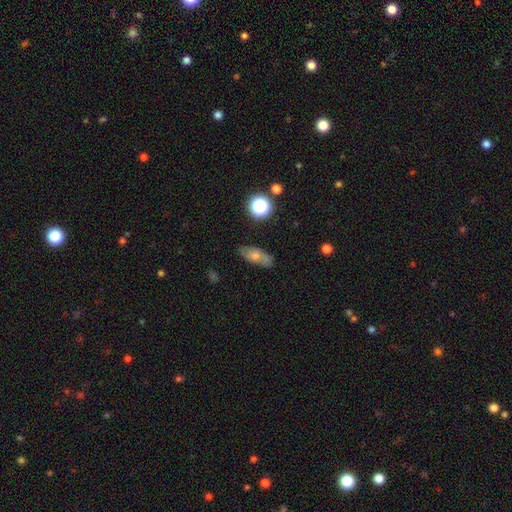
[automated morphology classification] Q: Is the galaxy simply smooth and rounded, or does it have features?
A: smooth — 57%.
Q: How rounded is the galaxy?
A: in between — 77%.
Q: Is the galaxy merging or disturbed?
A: none — 74%.